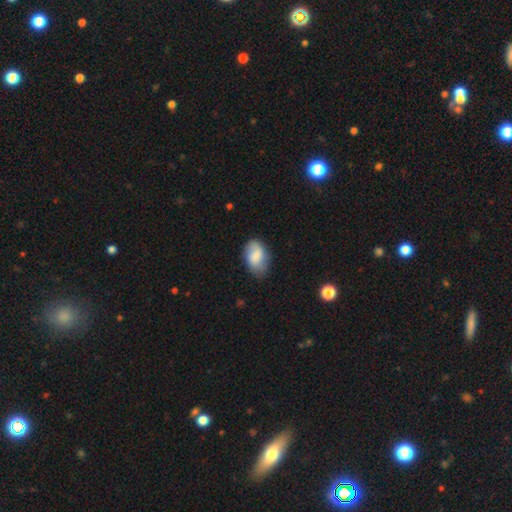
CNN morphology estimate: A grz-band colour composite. It shows a smooth galaxy with no disk features (76%) that is in between round and cigar-shaped (90%). Merging: none (72%).